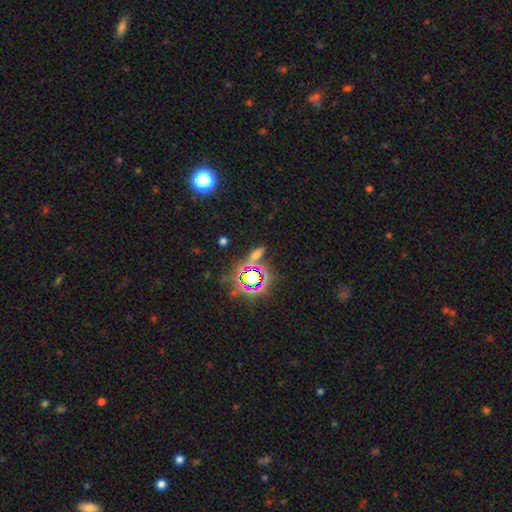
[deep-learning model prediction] A star or artifact, not a galaxy (50%).